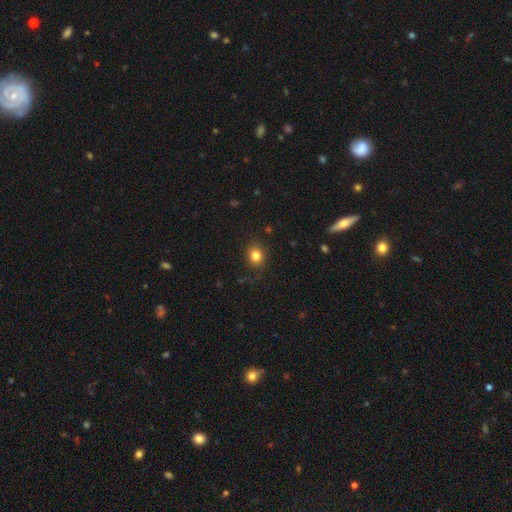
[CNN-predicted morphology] type=smooth (83%); roundness=round (69%); merging=none (82%).